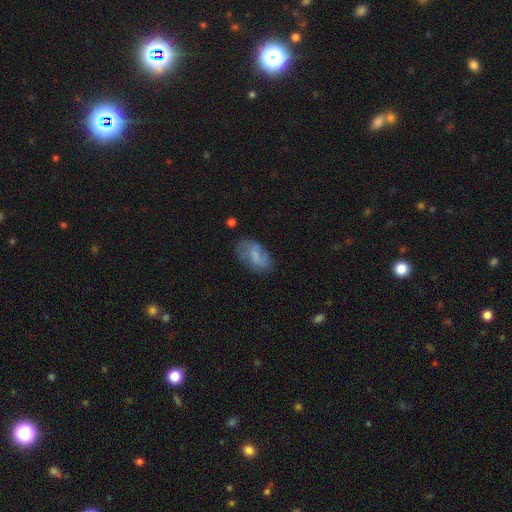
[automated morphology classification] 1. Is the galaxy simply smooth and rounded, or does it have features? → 63% smooth, 30% featured or disk, 8% star or artifact.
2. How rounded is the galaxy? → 92% in between, 6% round, 2% cigar-shaped.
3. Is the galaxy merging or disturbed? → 63% none, 25% minor disturbance, 10% major disturbance, 2% merger.